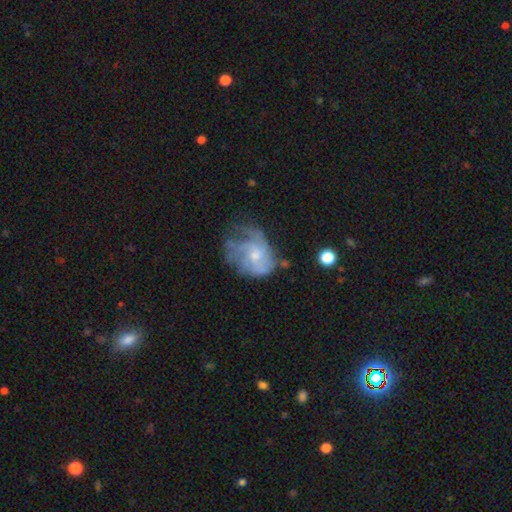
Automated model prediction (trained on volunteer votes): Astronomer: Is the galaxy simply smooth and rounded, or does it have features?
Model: featured or disk — 67%.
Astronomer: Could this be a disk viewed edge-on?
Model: no — 97%.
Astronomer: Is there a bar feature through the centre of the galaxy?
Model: no — 75%.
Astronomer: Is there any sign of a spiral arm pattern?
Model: yes — 72%.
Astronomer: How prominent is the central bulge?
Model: small — 48% (runner-up: moderate, 43%).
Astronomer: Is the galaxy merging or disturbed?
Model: none — 37% (runner-up: major disturbance, 31%).